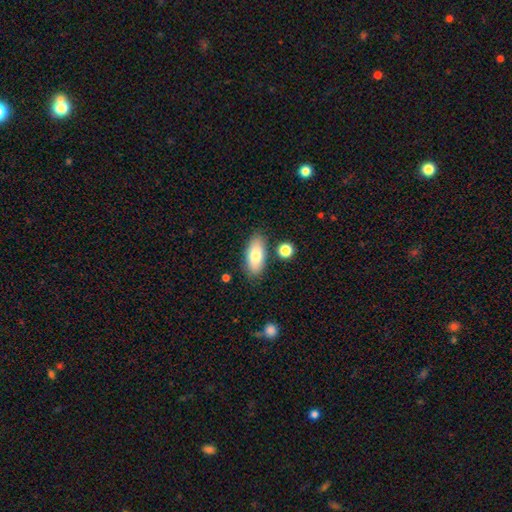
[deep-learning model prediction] This appears to be a smooth galaxy with no disk features (78%) that is in between round and cigar-shaped (84%). Merging: none (81%).